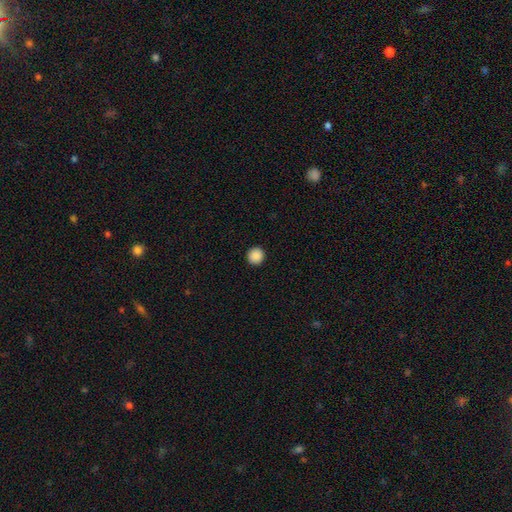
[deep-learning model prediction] This appears to be a smooth galaxy with no disk features (89%) that is round (94%). Merging: none (93%).